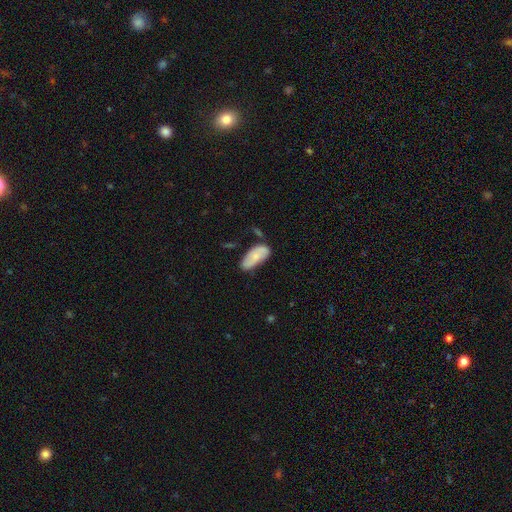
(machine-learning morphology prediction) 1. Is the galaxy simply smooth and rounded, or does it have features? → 70% smooth, 24% featured or disk, 6% star or artifact.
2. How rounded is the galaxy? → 89% in between, 9% cigar-shaped, 2% round.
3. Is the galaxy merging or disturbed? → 59% none, 29% minor disturbance, 6% major disturbance, 6% merger.